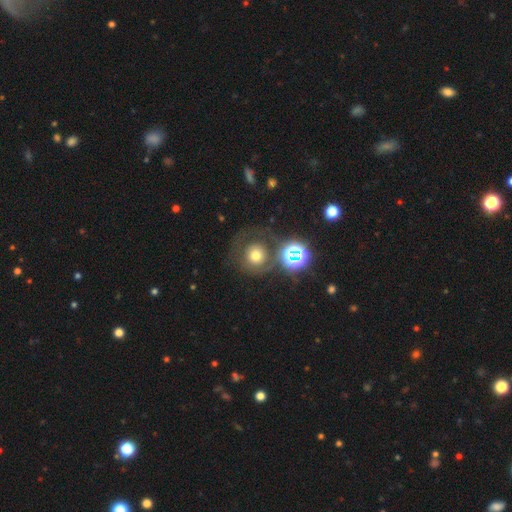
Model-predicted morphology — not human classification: Q: Smooth or featured?
A: smooth (55%); runner-up: featured or disk (23%)
Q: How rounded?
A: round (91%); runner-up: in between (8%)
Q: Merging?
A: none (59%); runner-up: major disturbance (17%)